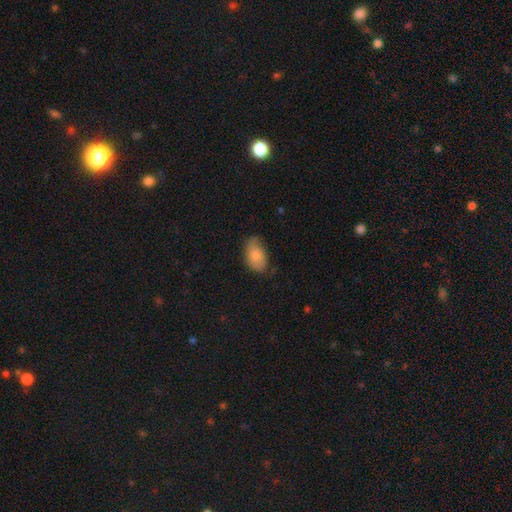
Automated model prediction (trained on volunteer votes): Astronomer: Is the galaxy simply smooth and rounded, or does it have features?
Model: smooth — 80%.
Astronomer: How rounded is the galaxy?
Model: in between — 92%.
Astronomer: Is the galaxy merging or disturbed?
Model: none — 62%.